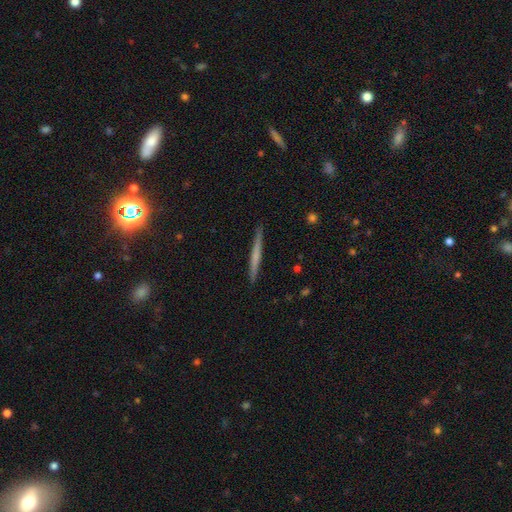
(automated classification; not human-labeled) A smooth galaxy with no disk features (47%, tied with featured or disk).

Vote fractions:
- Smooth or featured? smooth: 47% (tied) / featured or disk: 47% (tied) / star or artifact: 6%
- Merging? none: 91% / minor disturbance: 6% / major disturbance: 1% / merger: 1%